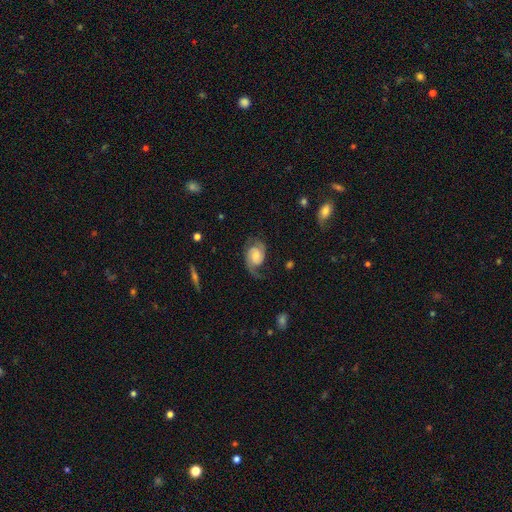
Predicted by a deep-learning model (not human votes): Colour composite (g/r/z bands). It shows a featured or disk galaxy (79%) with no bar (56%), 2 (83%) medium (46%) spiral arms (96%) and a moderate central bulge (39%). Merging: none (62%).